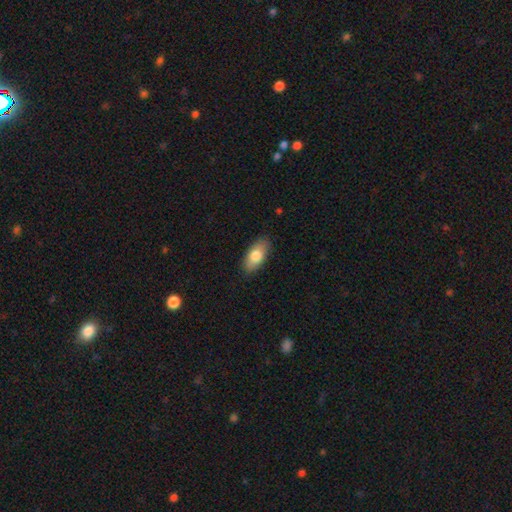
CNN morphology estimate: This is likely a smooth galaxy (78%). How rounded: clearly in between (90%). Merging: clearly none (87%).